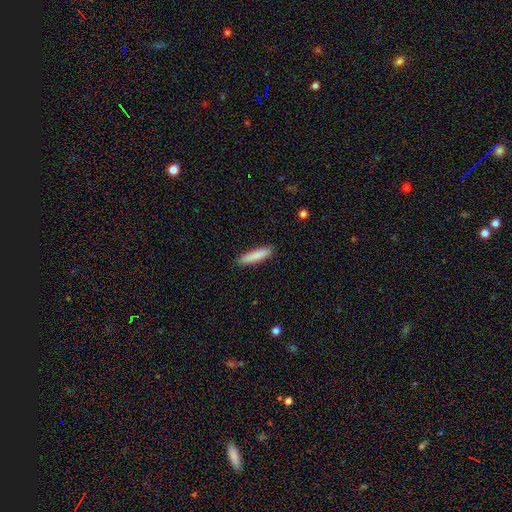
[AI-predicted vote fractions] The model was most divided on "how rounded": cigar-shaped: 83%, in between: 16%, round: 1%. More confident: merging — none (89%); smooth or featured — smooth (85%).